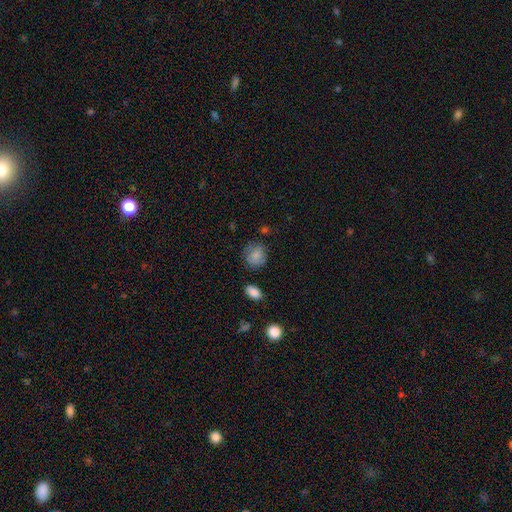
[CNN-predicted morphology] This is clearly a smooth galaxy (82%). How rounded: likely round (72%). Merging: likely none (70%).